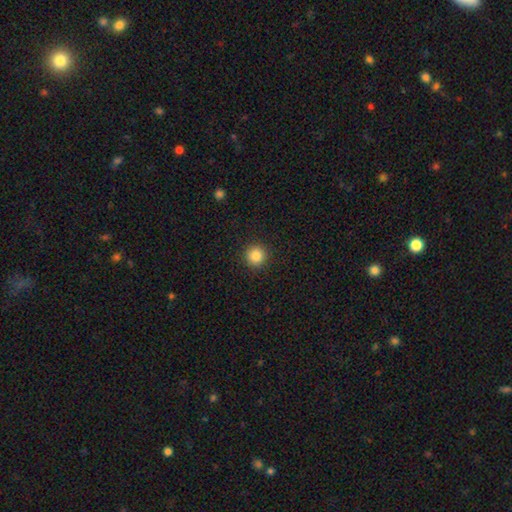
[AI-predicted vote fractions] Smooth or featured?
  - smooth: 86% *
  - star or artifact: 10%
  - featured or disk: 4%
How rounded?
  - round: 95% *
  - in between: 4%
  - cigar-shaped: 1%
Merging?
  - none: 92% *
  - minor disturbance: 5%
  - major disturbance: 2%
  - merger: 1%